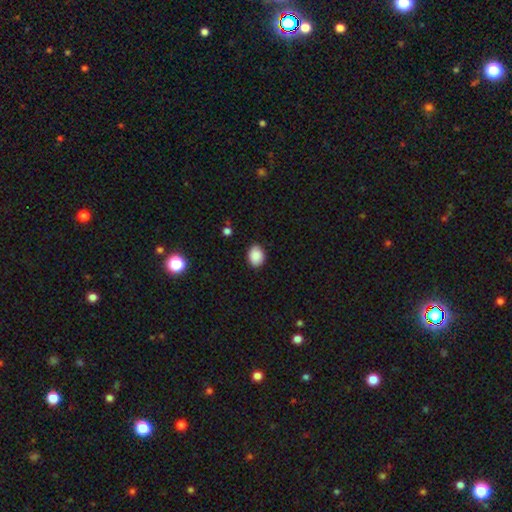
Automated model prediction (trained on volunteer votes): Smooth or featured?
  - smooth: 88% *
  - star or artifact: 8%
  - featured or disk: 3%
How rounded?
  - in between: 66% *
  - round: 33%
  - cigar-shaped: 1%
Merging?
  - none: 86% *
  - minor disturbance: 11%
  - major disturbance: 2%
  - merger: 1%